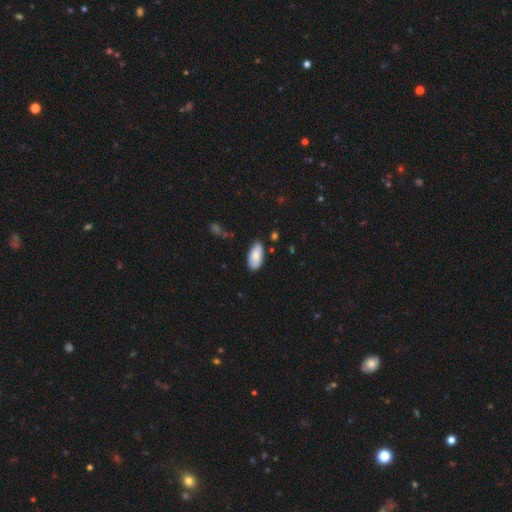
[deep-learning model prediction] Overall: smooth (82%). How rounded: in between (93%). Merging: none (80%).